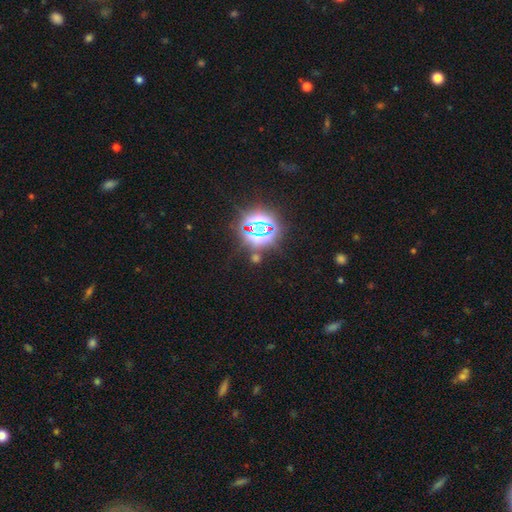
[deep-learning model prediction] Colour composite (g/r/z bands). It shows a star or artifact, not a galaxy (80%).